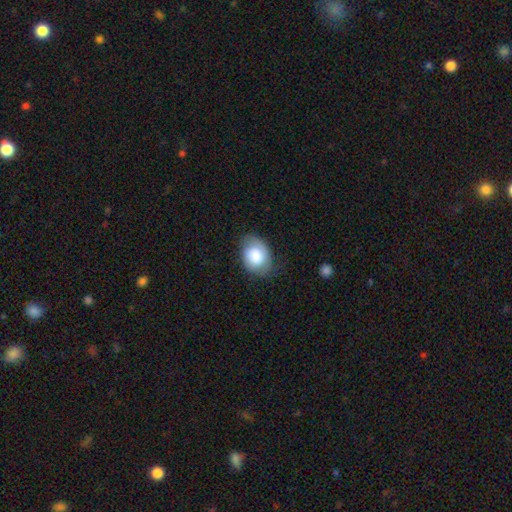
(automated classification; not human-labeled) Overall: smooth (76%). How rounded: in between (72%). Merging: none (66%).